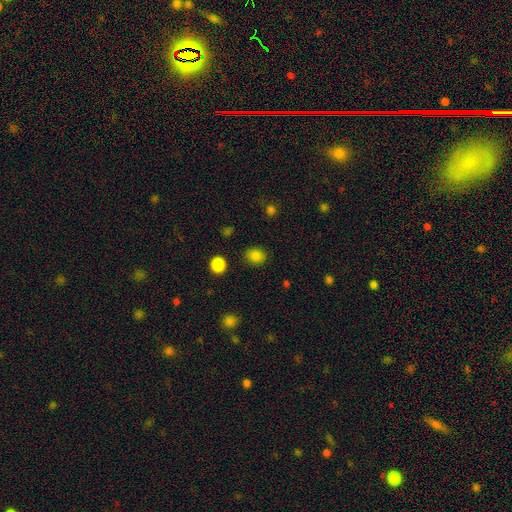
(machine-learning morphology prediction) Q: Smooth or featured?
A: smooth (84%); runner-up: star or artifact (12%)
Q: How rounded?
A: round (60%); runner-up: in between (39%)
Q: Merging?
A: none (87%); runner-up: minor disturbance (9%)